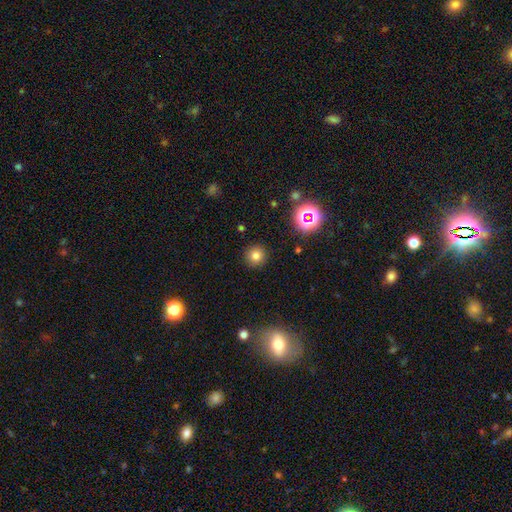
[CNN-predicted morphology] smooth-or-featured: smooth: 76% | star or artifact: 16% | featured or disk: 7%
  how-rounded: round: 94% | in between: 5% | cigar-shaped: 1%
  merging: none: 90% | minor disturbance: 6% | major disturbance: 2% | merger: 1%